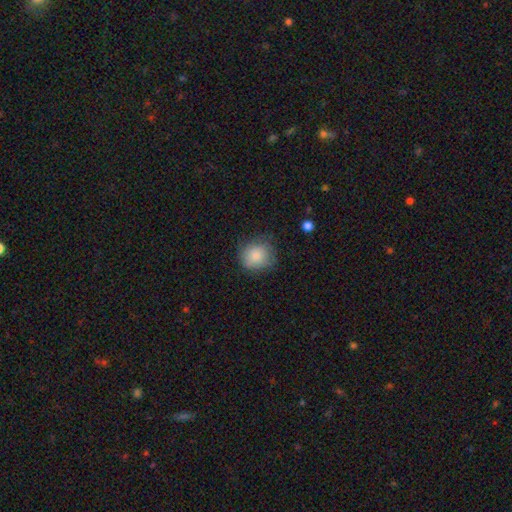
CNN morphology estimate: The model was most divided on "merging": none: 69%, minor disturbance: 23%, major disturbance: 7%, merger: 1%. More confident: how rounded — round (84%); smooth or featured — smooth (81%).